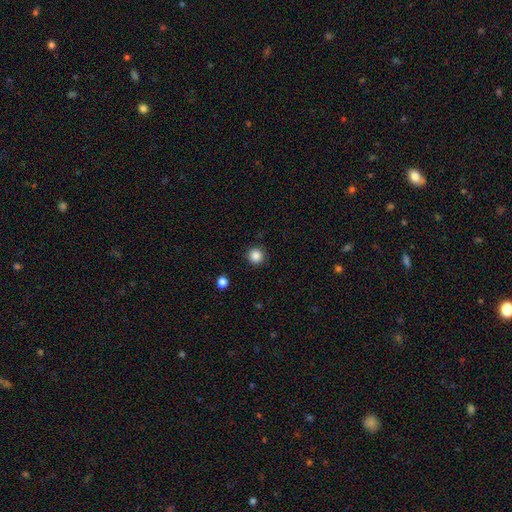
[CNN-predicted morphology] Overall: smooth (86%). How rounded: round (94%). Merging: none (91%).